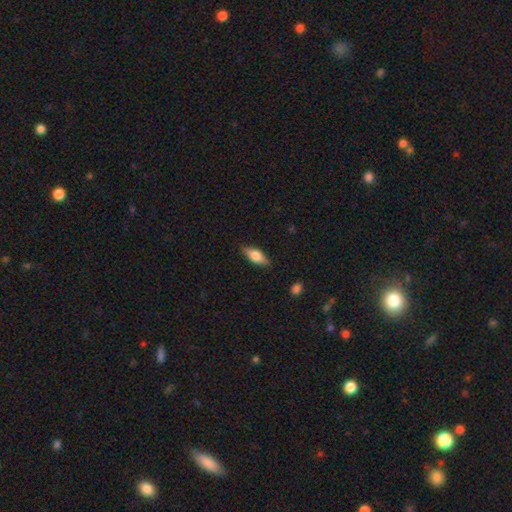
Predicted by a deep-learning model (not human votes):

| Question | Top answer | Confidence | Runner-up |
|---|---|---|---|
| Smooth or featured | smooth | 65% | featured or disk (28%) |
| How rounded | in between | 72% | cigar-shaped (25%) |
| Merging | none | 85% | minor disturbance (11%) |